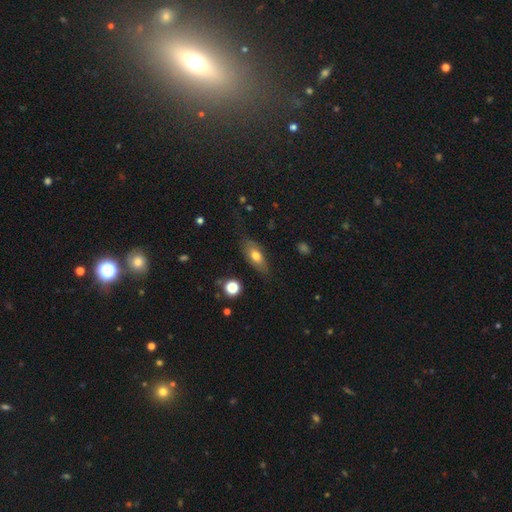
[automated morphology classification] Smooth or featured: smooth — 64% (featured or disk — 28%)
How rounded: in between — 79% (cigar-shaped — 15%)
Merging: none — 71% (minor disturbance — 20%)